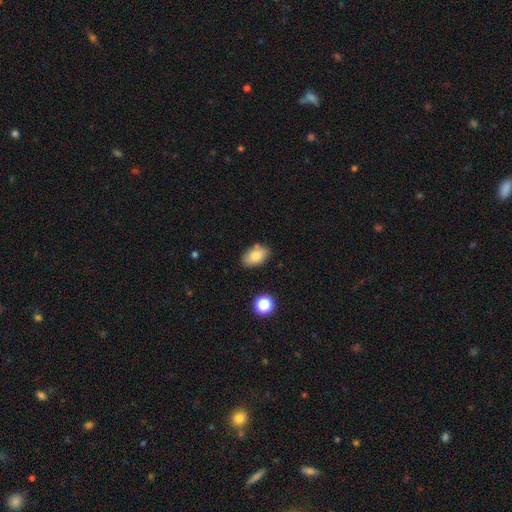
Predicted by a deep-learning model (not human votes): smooth_or_featured: smooth (p=0.80) [alt: featured or disk p=0.11]
how_rounded: in between (p=0.90) [alt: round p=0.08]
merging: none (p=0.79) [alt: minor disturbance p=0.14]